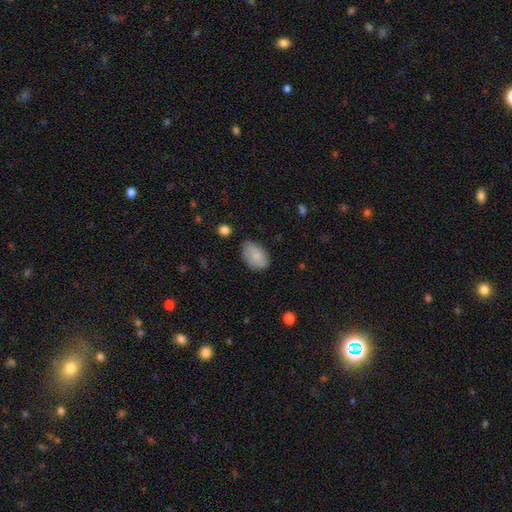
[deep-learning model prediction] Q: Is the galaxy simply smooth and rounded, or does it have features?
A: smooth — 83%.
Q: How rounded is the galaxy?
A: in between — 91%.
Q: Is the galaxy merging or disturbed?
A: none — 73%.